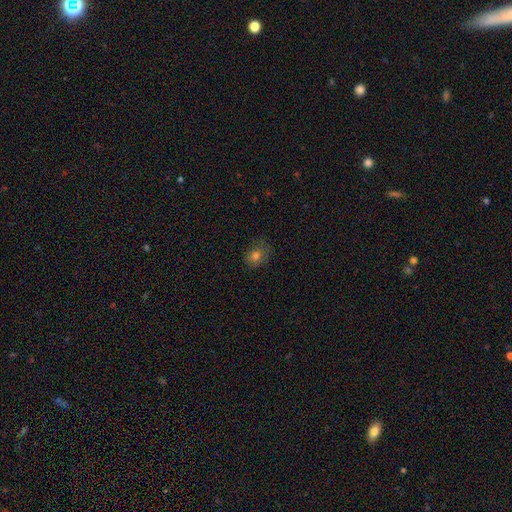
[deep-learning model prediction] Smooth or featured: smooth — 74% (star or artifact — 16%)
How rounded: in between — 52% (round — 47%)
Merging: none — 75% (minor disturbance — 19%)